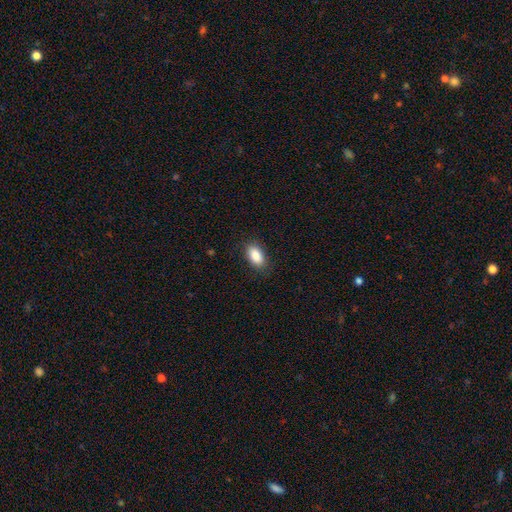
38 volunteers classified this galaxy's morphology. Smooth or featured? 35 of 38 (92%) said smooth. How rounded? 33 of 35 (94%) said in between. Merging? 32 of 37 (86%) said none.